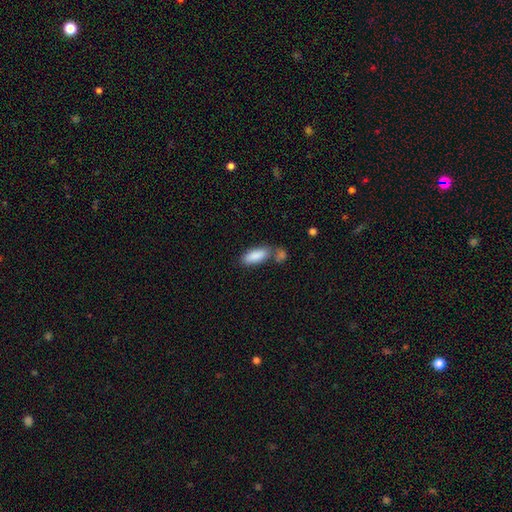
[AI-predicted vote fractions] smooth_or_featured: smooth (p=0.87) [alt: featured or disk p=0.07]
how_rounded: in between (p=0.76) [alt: cigar-shaped p=0.22]
merging: none (p=0.55) [alt: merger p=0.26]